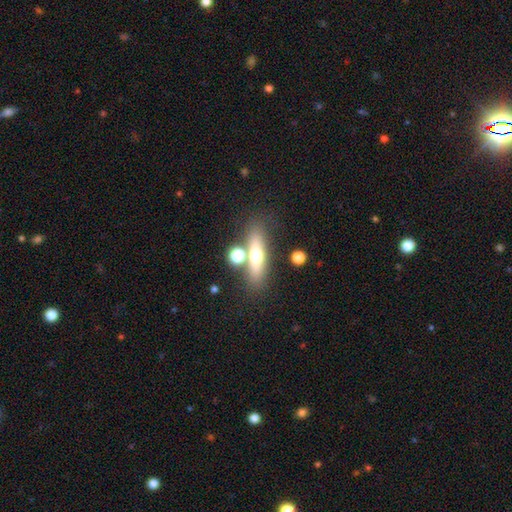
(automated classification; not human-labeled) smooth-or-featured: smooth: 51% | featured or disk: 40% | star or artifact: 10%
  how-rounded: cigar-shaped: 59% | in between: 33% | round: 8%
  merging: none: 68% | merger: 15% | minor disturbance: 11% | major disturbance: 5%